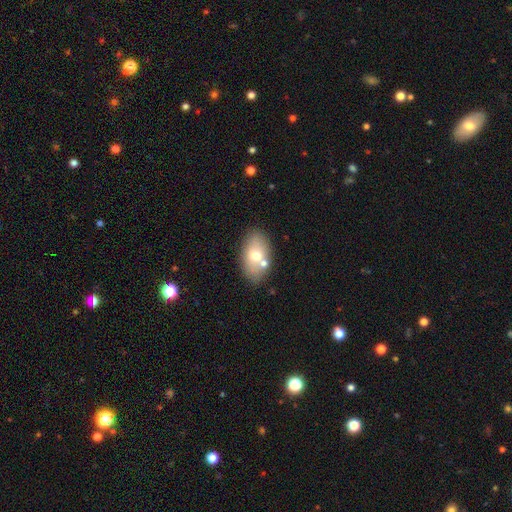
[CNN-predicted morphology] This is likely a smooth galaxy (65%). How rounded: clearly in between (90%). Merging: likely none (71%).